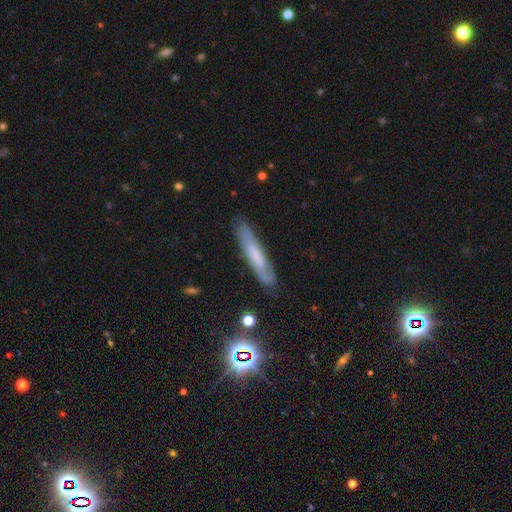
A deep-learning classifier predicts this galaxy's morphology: smooth-or-featured: featured or disk: 47% | smooth: 42% | star or artifact: 11%
  merging: none: 80% | minor disturbance: 14% | major disturbance: 3% | merger: 2%